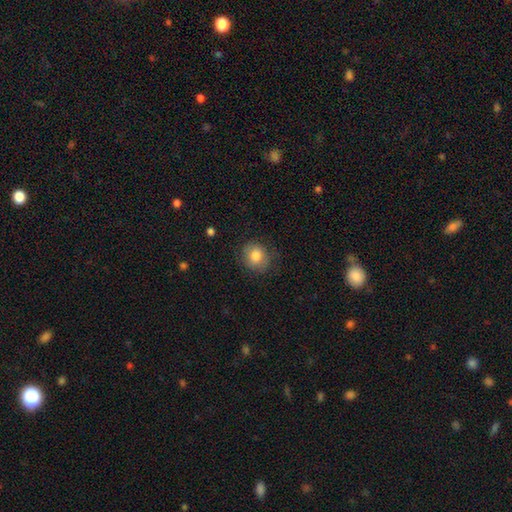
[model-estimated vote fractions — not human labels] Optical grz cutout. It shows a smooth galaxy with no disk features (81%) that is round (76%). Merging: none (75%).